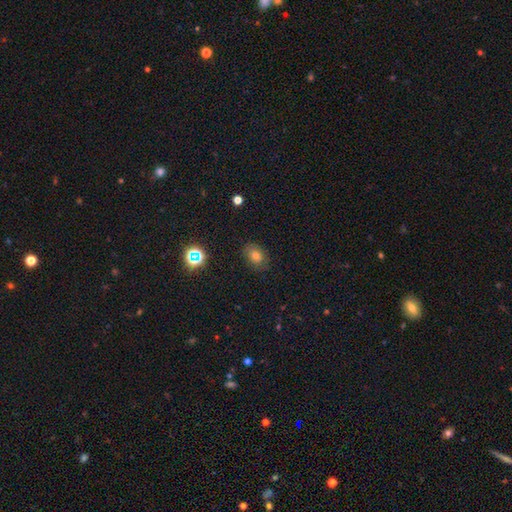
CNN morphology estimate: A smooth galaxy with no disk features (71%) that is in between round and cigar-shaped (67%). Merging: none (80%).